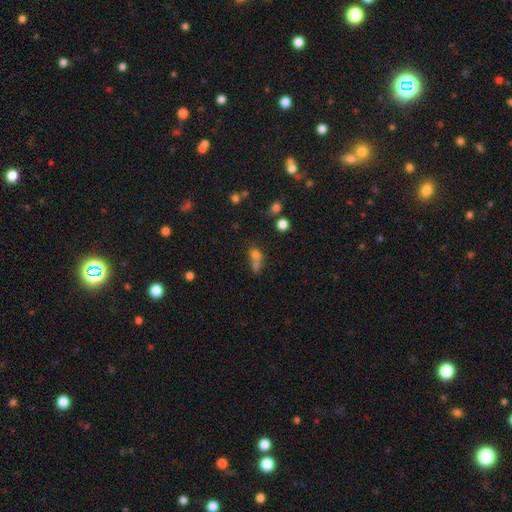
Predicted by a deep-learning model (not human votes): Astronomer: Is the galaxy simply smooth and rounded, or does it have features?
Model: smooth — 67%.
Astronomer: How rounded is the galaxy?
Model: round — 47% (runner-up: in between, 45%).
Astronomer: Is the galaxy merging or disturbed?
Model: merger — 49% (runner-up: none, 30%).